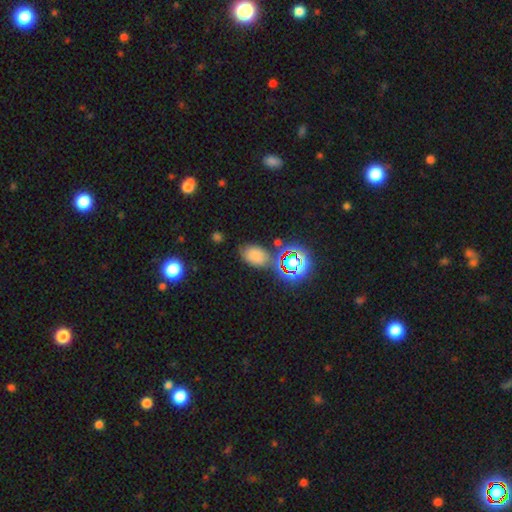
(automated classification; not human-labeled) Q: Smooth or featured?
A: smooth (66%); runner-up: star or artifact (26%)
Q: How rounded?
A: in between (83%); runner-up: round (15%)
Q: Merging?
A: none (69%); runner-up: minor disturbance (17%)